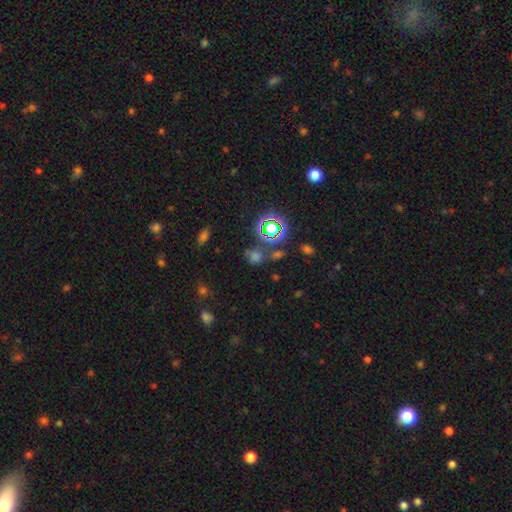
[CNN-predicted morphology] Smooth or featured: star or artifact — 52% (smooth — 39%)